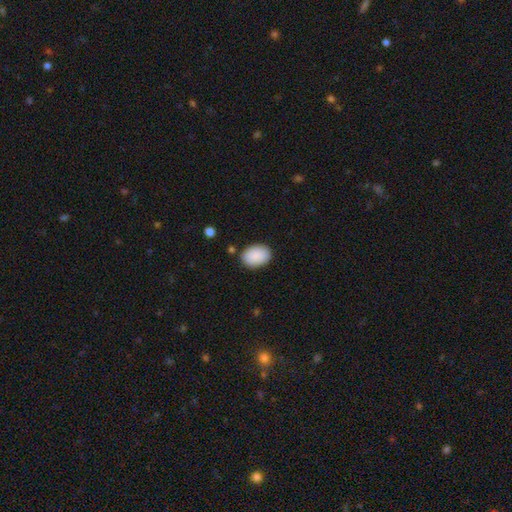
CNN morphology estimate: Smooth or featured? Predicted: smooth (p=0.90). How rounded? Predicted: in between (p=0.83). Merging? Predicted: none (p=0.85).